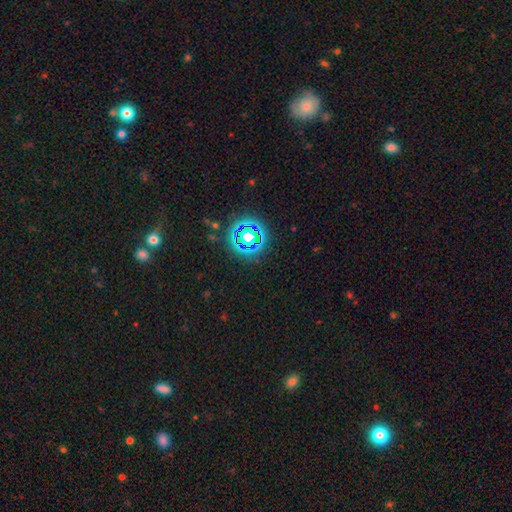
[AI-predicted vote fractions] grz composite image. It shows a star or artifact, not a galaxy (73%).